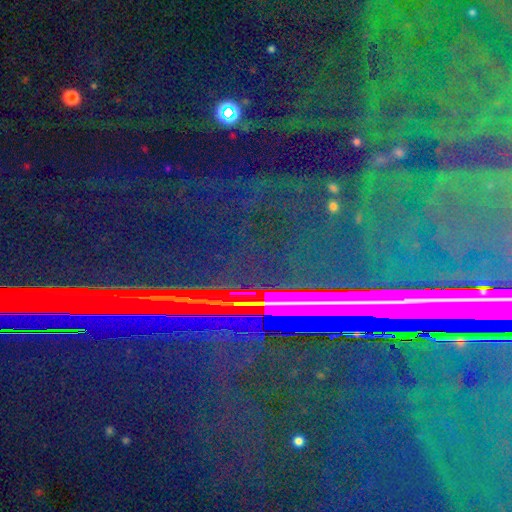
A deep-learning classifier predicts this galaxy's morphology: Q: Smooth or featured?
A: star or artifact (85%); runner-up: featured or disk (9%)